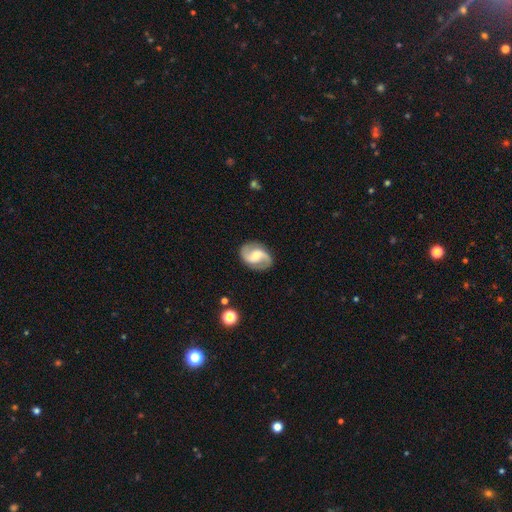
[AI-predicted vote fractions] A featured or disk galaxy (85%) with a weak bar (48%), 2 (93%) medium (45%) spiral arms (97%) and a moderate central bulge (50%).

Vote fractions:
- Smooth or featured? featured or disk: 85% / smooth: 10% / star or artifact: 5%
- Edge-on disk? no: 98% / yes: 2%
- Bar? weak: 48% / no: 34% / strong: 18%
- Spiral arms? yes: 97% / no: 3%
- Spiral winding? medium: 45% / loose: 41% / tight: 14%
- Spiral arm count? 2: 93% / can't tell: 2% / 1: 2% / 3: 1% / 4: 1% / more than 4: 1%
- Bulge size? moderate: 50% / small: 35% / large: 7% / none: 6% / dominant: 2%
- Merging? none: 85% / minor disturbance: 10% / major disturbance: 3% / merger: 1%